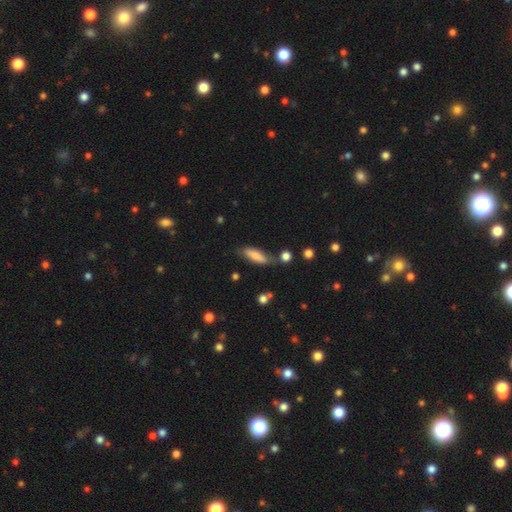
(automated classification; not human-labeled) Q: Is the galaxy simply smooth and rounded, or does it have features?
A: smooth — 71%.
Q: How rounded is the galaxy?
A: in between — 51%.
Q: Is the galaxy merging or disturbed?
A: none — 64%.